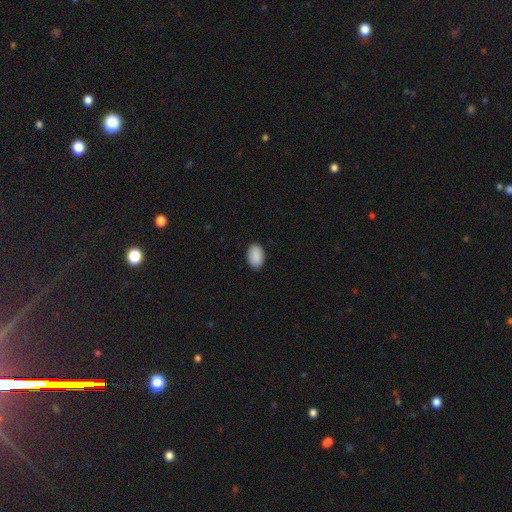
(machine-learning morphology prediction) A smooth galaxy with no disk features (91%) that is in between round and cigar-shaped (92%).

Vote fractions:
- Smooth or featured? smooth: 91% / star or artifact: 6% / featured or disk: 3%
- How rounded? in between: 92% / round: 7% / cigar-shaped: 1%
- Merging? none: 90% / minor disturbance: 8% / major disturbance: 2% / merger: 1%